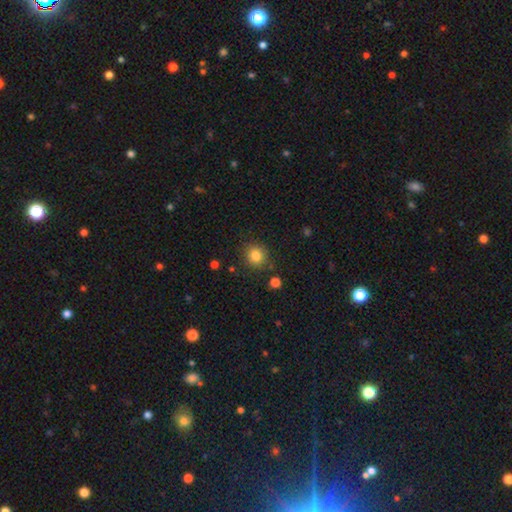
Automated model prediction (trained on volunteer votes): smooth-or-featured: smooth: 83% | star or artifact: 11% | featured or disk: 6%
  how-rounded: round: 88% | in between: 11% | cigar-shaped: 1%
  merging: none: 87% | minor disturbance: 8% | merger: 3% | major disturbance: 2%